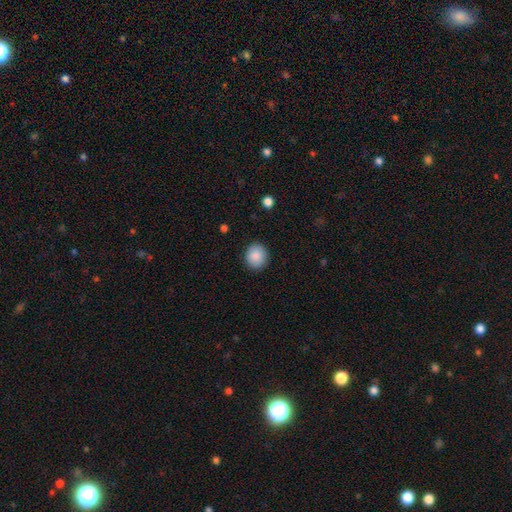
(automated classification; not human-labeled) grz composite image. It shows a smooth galaxy with no disk features (89%) that is round (82%). Merging: none (90%).